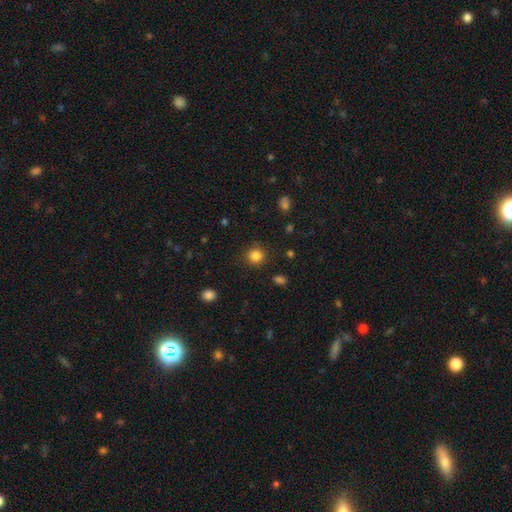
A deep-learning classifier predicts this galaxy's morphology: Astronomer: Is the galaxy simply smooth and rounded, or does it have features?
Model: smooth — 84%.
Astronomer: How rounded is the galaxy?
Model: round — 92%.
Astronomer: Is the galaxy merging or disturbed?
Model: none — 89%.